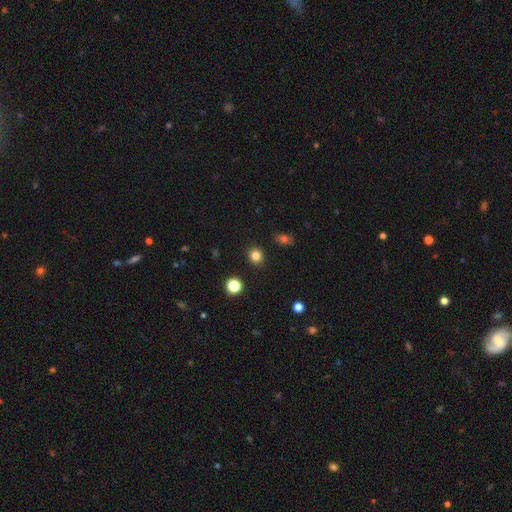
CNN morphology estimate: type=smooth (83%); roundness=round (82%); merging=none (91%).